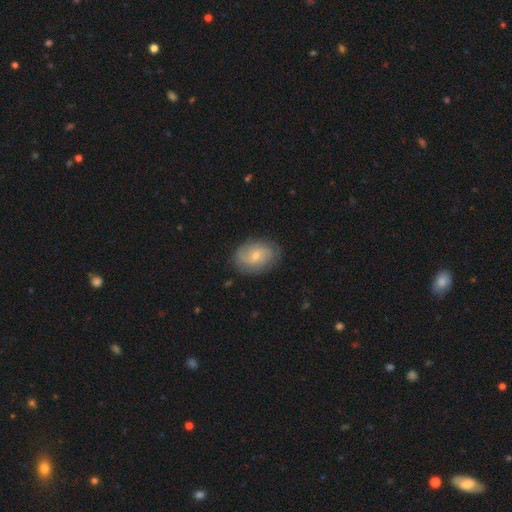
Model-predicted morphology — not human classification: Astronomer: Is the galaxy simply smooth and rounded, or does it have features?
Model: featured or disk — 53% (runner-up: smooth, 40%).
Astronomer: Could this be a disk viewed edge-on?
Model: no — 96%.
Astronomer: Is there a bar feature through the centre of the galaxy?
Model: no — 58% (runner-up: weak, 36%).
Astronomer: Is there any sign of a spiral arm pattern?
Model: yes — 80%.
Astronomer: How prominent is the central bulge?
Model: small — 63%.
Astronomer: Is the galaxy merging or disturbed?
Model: none — 80%.